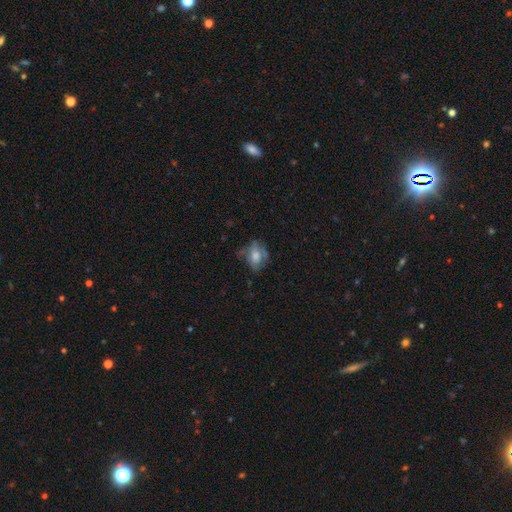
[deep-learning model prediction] smooth-or-featured: smooth: 55% | featured or disk: 33% | star or artifact: 11%
  how-rounded: in between: 70% | round: 28% | cigar-shaped: 2%
  merging: none: 43% | minor disturbance: 29% | major disturbance: 24% | merger: 3%